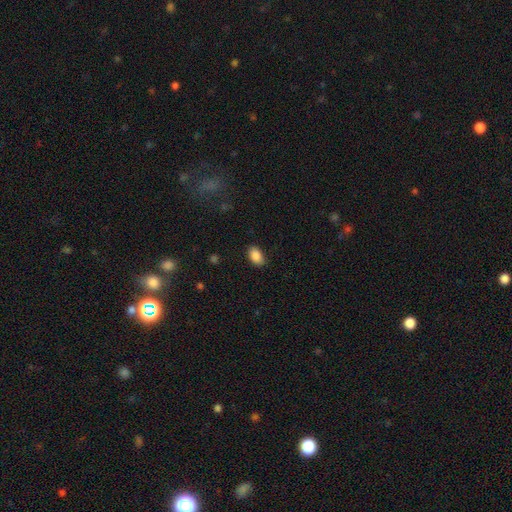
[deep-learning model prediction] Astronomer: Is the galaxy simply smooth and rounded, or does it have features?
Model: smooth — 89%.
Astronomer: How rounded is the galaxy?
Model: in between — 88%.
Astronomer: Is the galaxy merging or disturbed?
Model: none — 85%.